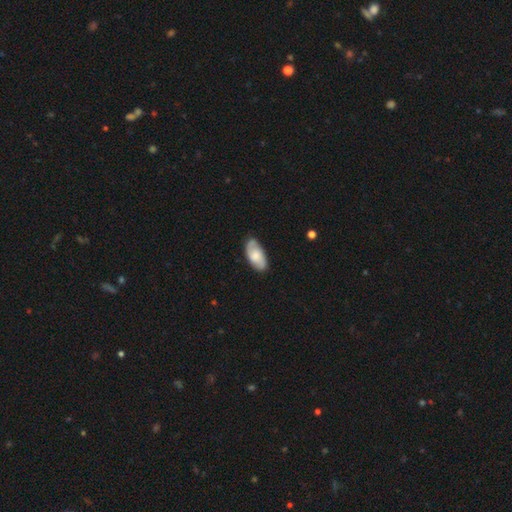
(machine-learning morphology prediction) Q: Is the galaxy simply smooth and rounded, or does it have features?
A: featured or disk — 48%.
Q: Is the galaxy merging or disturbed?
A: none — 79%.